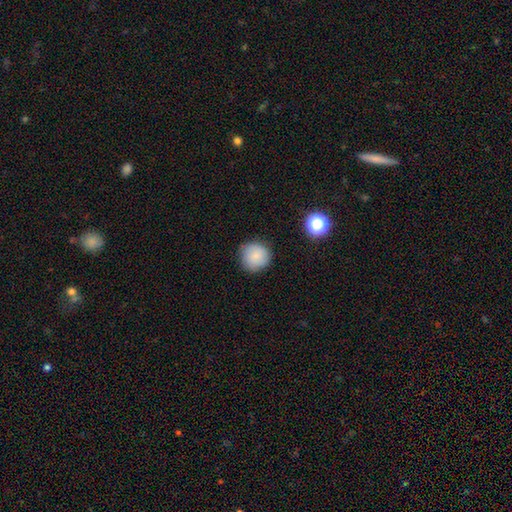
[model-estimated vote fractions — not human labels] smooth 84%, star or artifact 10%, featured or disk 6%. Down the decision tree: how rounded — round (93%); merging — none (83%).